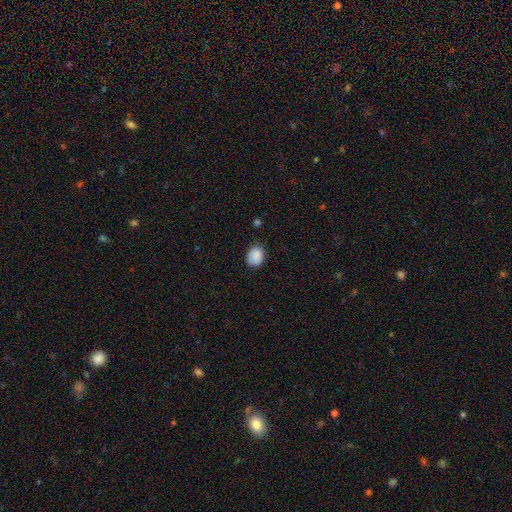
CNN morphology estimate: Smooth or featured?
  - smooth: 87% *
  - star or artifact: 8%
  - featured or disk: 5%
How rounded?
  - in between: 54% *
  - round: 45%
  - cigar-shaped: 1%
Merging?
  - none: 75% *
  - minor disturbance: 20%
  - major disturbance: 4%
  - merger: 2%